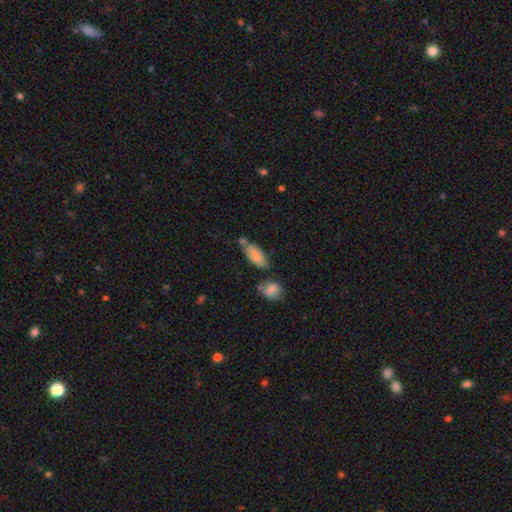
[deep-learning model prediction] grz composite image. It shows a smooth galaxy with no disk features (84%) that is in between round and cigar-shaped (81%). Merging: none (56%).